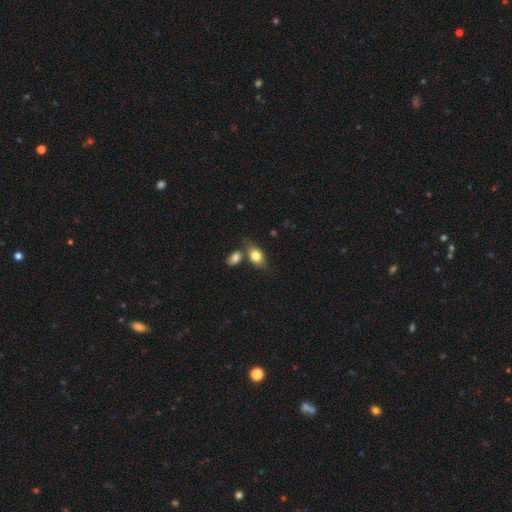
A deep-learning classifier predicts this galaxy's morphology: Smooth or featured: smooth — 75% (featured or disk — 17%)
How rounded: in between — 81% (round — 15%)
Merging: none — 54% (merger — 25%)